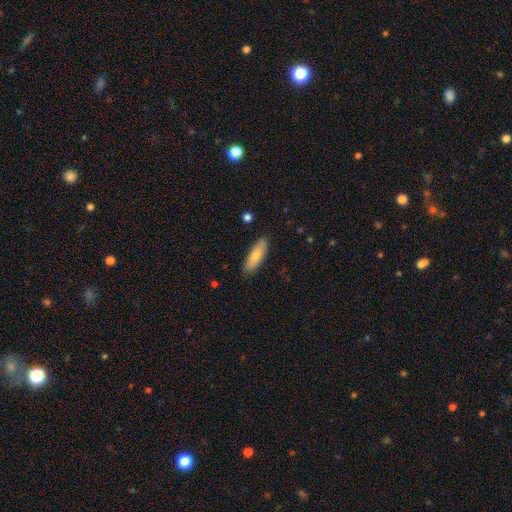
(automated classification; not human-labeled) Smooth or featured?
  - smooth: 82% *
  - featured or disk: 13%
  - star or artifact: 6%
How rounded?
  - in between: 56% *
  - cigar-shaped: 42%
  - round: 2%
Merging?
  - none: 86% *
  - minor disturbance: 11%
  - major disturbance: 2%
  - merger: 1%